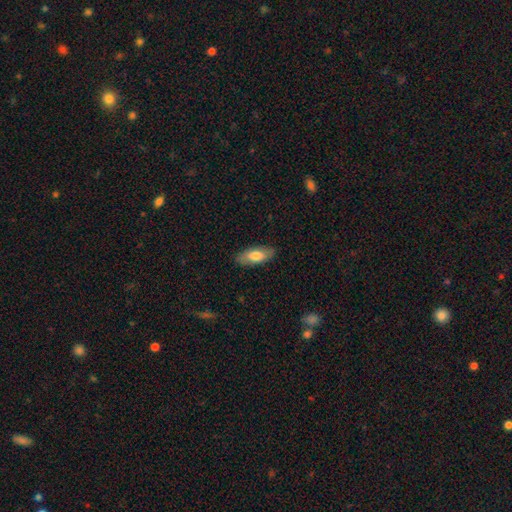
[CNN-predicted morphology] This is likely a smooth galaxy (75%). How rounded: likely in between (80%). Merging: clearly none (86%).